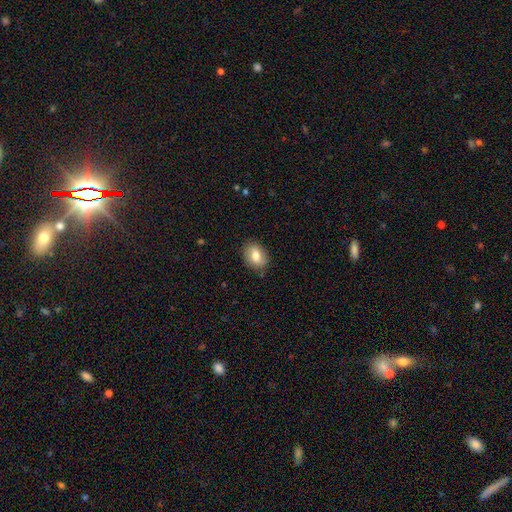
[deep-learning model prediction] Smooth or featured?
  - smooth: 75% *
  - featured or disk: 17%
  - star or artifact: 8%
How rounded?
  - in between: 72% *
  - round: 26%
  - cigar-shaped: 1%
Merging?
  - none: 83% *
  - minor disturbance: 13%
  - major disturbance: 3%
  - merger: 1%